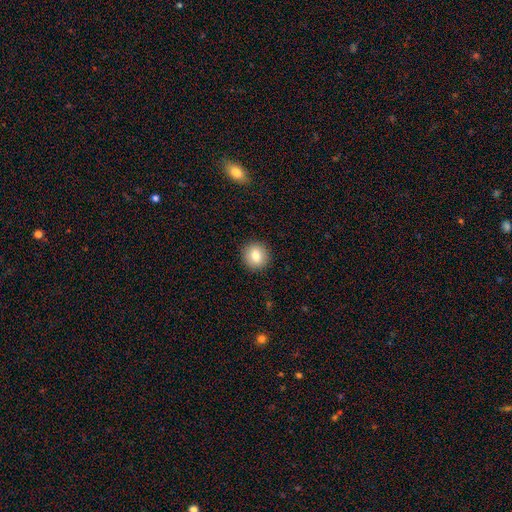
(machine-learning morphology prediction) smooth_or_featured: smooth (p=0.82) [alt: star or artifact p=0.09]
how_rounded: round (p=0.91) [alt: in between p=0.08]
merging: none (p=0.92) [alt: minor disturbance p=0.05]